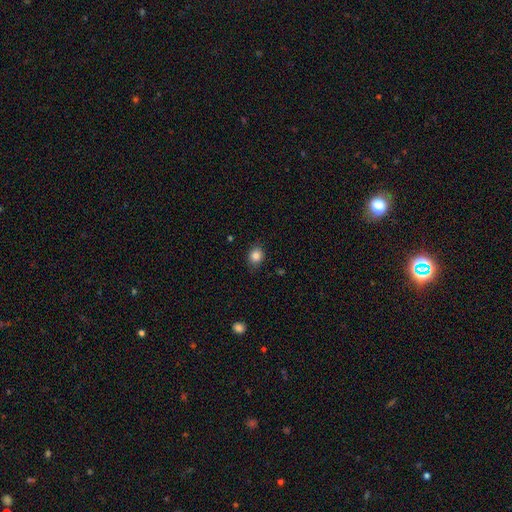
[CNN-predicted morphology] type=smooth (85%); roundness=round (63%); merging=none (83%).